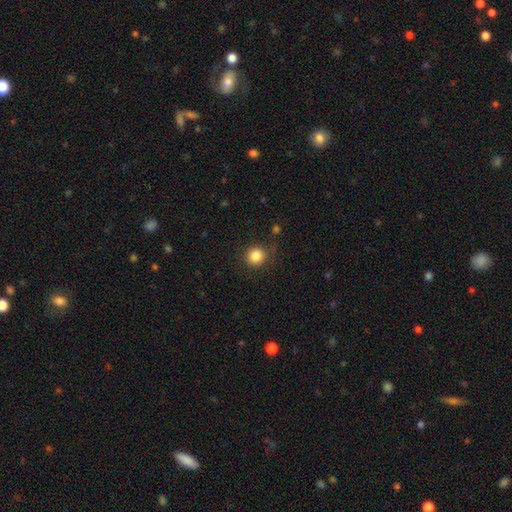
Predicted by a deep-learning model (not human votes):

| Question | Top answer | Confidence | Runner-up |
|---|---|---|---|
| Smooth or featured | smooth | 84% | star or artifact (11%) |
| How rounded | round | 89% | in between (10%) |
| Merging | none | 83% | minor disturbance (11%) |